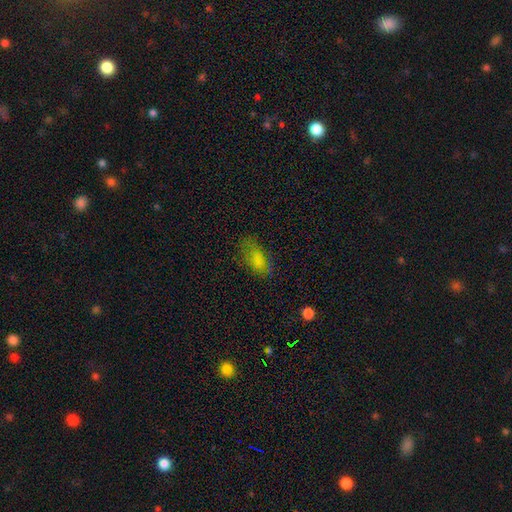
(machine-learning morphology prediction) Smooth or featured? Predicted: smooth (p=0.74). How rounded? Predicted: in between (p=0.87). Merging? Predicted: none (p=0.66).